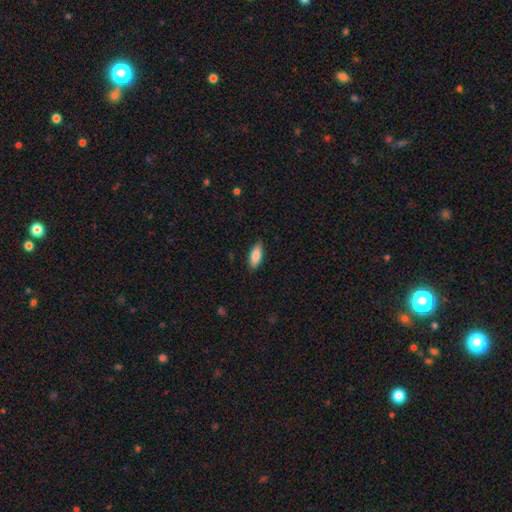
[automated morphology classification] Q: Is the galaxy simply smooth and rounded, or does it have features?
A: smooth — 84%.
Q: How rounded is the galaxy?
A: in between — 77%.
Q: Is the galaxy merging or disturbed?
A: none — 86%.